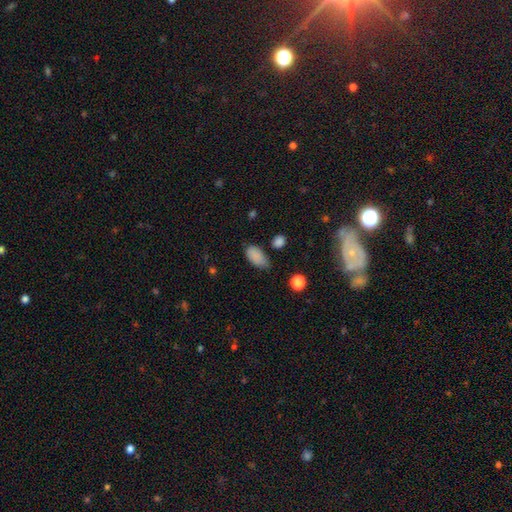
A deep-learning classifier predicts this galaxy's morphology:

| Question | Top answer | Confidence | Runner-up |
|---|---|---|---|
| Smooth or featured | smooth | 85% | star or artifact (9%) |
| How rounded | in between | 92% | round (5%) |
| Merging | none | 58% | minor disturbance (30%) |